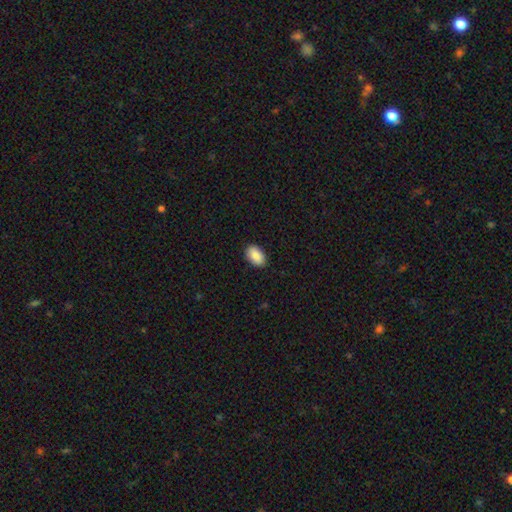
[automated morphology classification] smooth_or_featured: smooth (p=0.88) [alt: star or artifact p=0.07]
how_rounded: in between (p=0.93) [alt: round p=0.06]
merging: none (p=0.90) [alt: minor disturbance p=0.08]